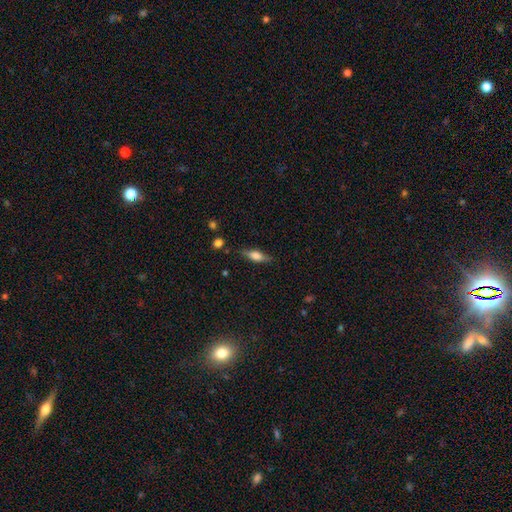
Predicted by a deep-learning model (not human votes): smooth 50%, featured or disk 42%, star or artifact 8%. Down the decision tree: merging — none (82%).